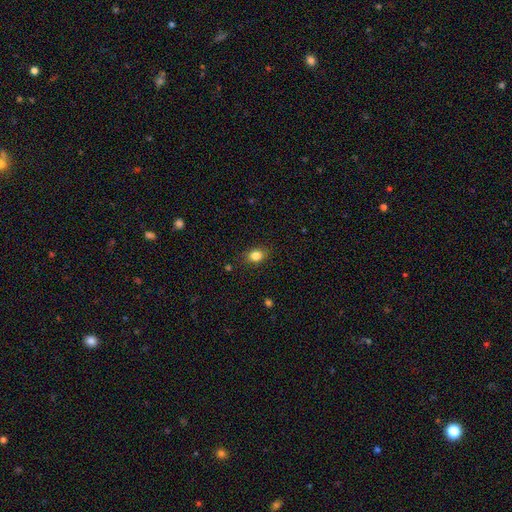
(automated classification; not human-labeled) Q: Smooth or featured?
A: smooth (83%); runner-up: star or artifact (10%)
Q: How rounded?
A: in between (63%); runner-up: round (36%)
Q: Merging?
A: none (85%); runner-up: minor disturbance (11%)